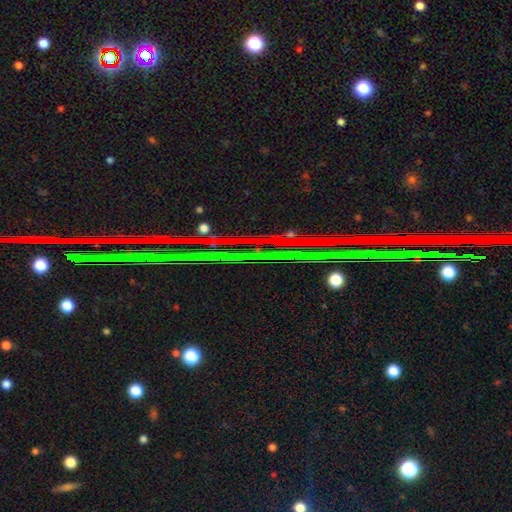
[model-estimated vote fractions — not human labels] A star or artifact, not a galaxy (81%).